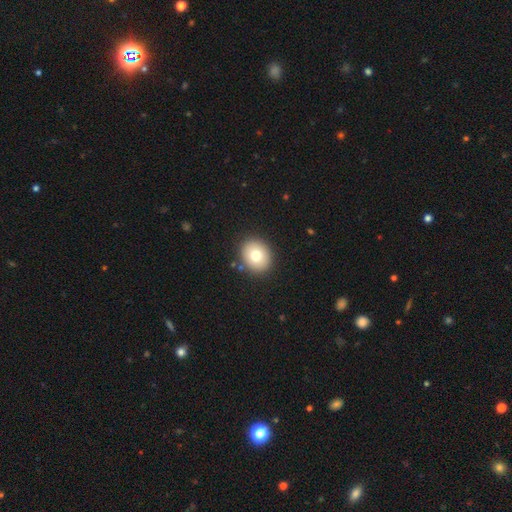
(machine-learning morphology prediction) A smooth galaxy with no disk features (74%) that is round (69%).

Vote fractions:
- Smooth or featured? smooth: 74% / featured or disk: 15% / star or artifact: 10%
- How rounded? round: 69% / in between: 30% / cigar-shaped: 1%
- Merging? none: 89% / minor disturbance: 7% / major disturbance: 2% / merger: 2%